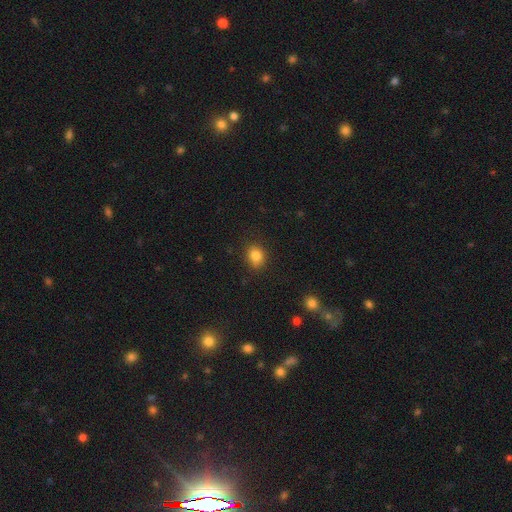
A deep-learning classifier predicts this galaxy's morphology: smooth_or_featured: smooth (p=0.84) [alt: star or artifact p=0.11]
how_rounded: round (p=0.57) [alt: in between p=0.42]
merging: none (p=0.81) [alt: minor disturbance p=0.15]